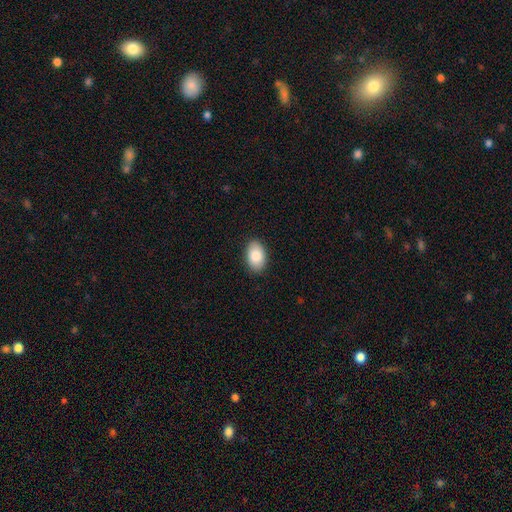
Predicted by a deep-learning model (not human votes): Smooth or featured: smooth — 86% (featured or disk — 7%)
How rounded: in between — 90% (round — 9%)
Merging: none — 88% (minor disturbance — 9%)